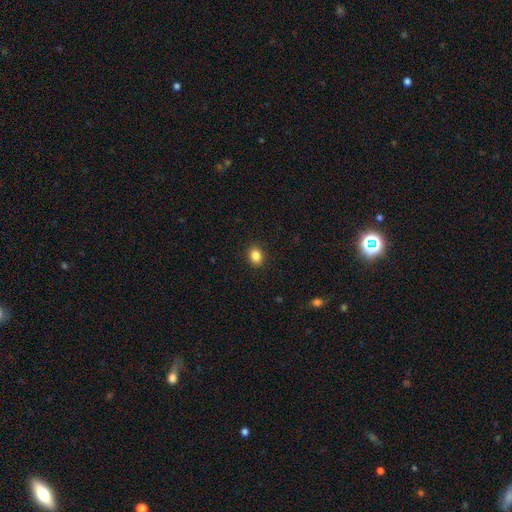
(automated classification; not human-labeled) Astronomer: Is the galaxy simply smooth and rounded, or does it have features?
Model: smooth — 86%.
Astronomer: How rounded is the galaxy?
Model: in between — 52% (runner-up: round, 47%).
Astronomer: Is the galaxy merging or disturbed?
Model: none — 90%.